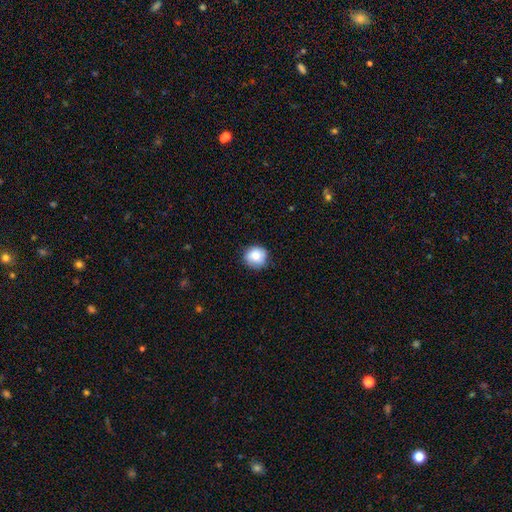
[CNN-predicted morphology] smooth 81%, featured or disk 11%, star or artifact 8%. Down the decision tree: how rounded — round (90%); merging — none (82%).